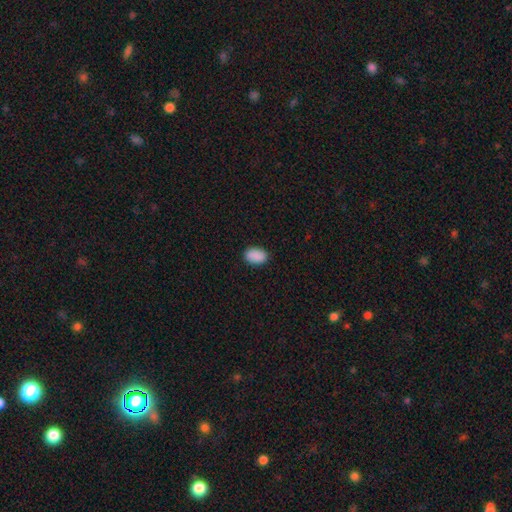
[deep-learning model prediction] Morphology: type=smooth (90%); roundness=in between (88%); merging=none (89%).